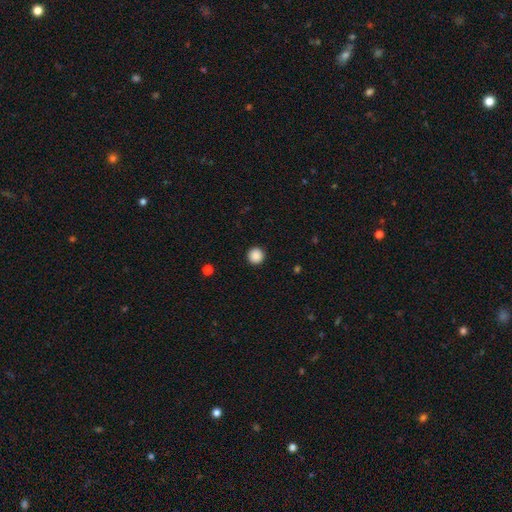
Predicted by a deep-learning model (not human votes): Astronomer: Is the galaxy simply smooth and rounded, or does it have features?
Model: smooth — 88%.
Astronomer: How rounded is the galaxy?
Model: round — 96%.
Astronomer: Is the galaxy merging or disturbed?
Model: none — 93%.